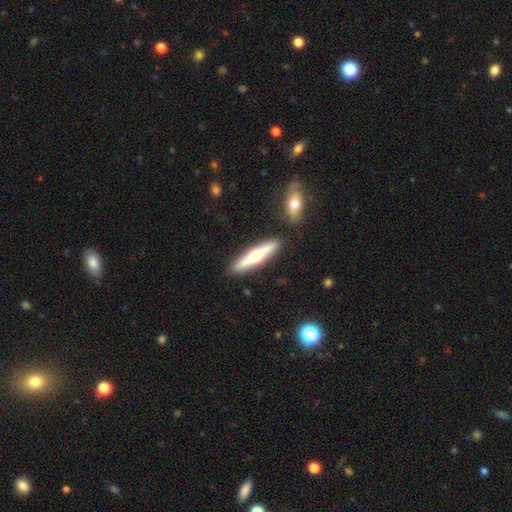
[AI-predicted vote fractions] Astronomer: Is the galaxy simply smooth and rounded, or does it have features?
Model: featured or disk — 58% (runner-up: smooth, 37%).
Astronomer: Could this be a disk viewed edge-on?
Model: yes — 95%.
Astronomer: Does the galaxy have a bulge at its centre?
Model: rounded — 93%.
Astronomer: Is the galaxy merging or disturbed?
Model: none — 86%.